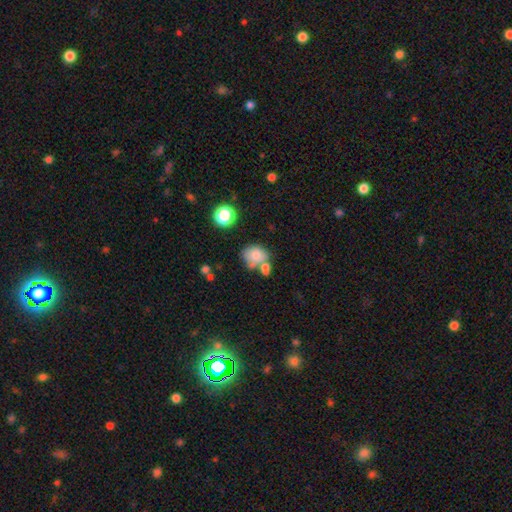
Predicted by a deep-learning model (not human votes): Smooth or featured?
  - smooth: 77% *
  - featured or disk: 13%
  - star or artifact: 10%
How rounded?
  - round: 54% *
  - in between: 44%
  - cigar-shaped: 1%
Merging?
  - none: 42% *
  - merger: 34%
  - minor disturbance: 17%
  - major disturbance: 8%